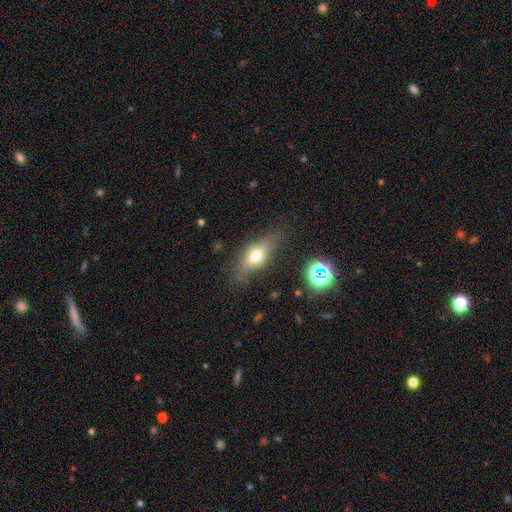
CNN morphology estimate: smooth-or-featured: smooth: 51% | featured or disk: 38% | star or artifact: 11%
  how-rounded: in between: 65% | cigar-shaped: 26% | round: 8%
  merging: none: 72% | minor disturbance: 19% | major disturbance: 7% | merger: 2%